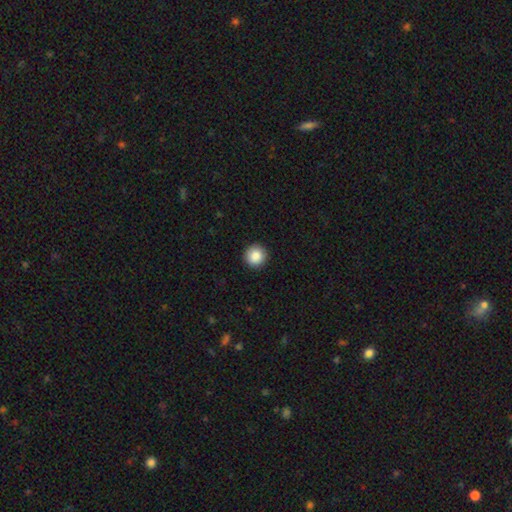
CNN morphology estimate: smooth-or-featured: smooth: 87% | star or artifact: 9% | featured or disk: 4%
  how-rounded: round: 95% | in between: 4% | cigar-shaped: 1%
  merging: none: 93% | minor disturbance: 5% | major disturbance: 2% | merger: 1%